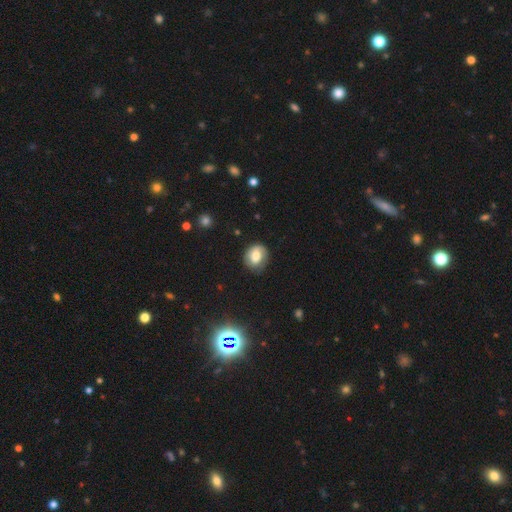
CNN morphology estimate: Smooth or featured? Predicted: smooth (p=0.71). How rounded? Predicted: round (p=0.61). Merging? Predicted: none (p=0.72).